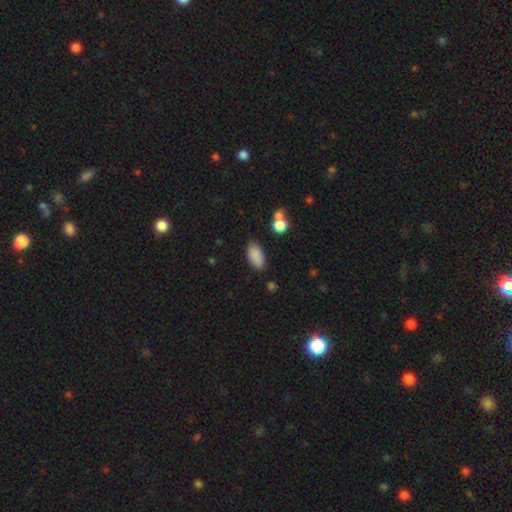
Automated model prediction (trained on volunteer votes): Smooth or featured?
  - smooth: 88% *
  - star or artifact: 8%
  - featured or disk: 4%
How rounded?
  - in between: 91% *
  - cigar-shaped: 5%
  - round: 3%
Merging?
  - none: 85% *
  - minor disturbance: 10%
  - major disturbance: 3%
  - merger: 2%